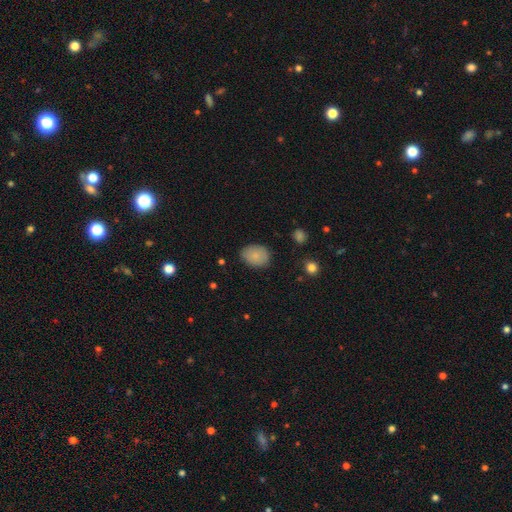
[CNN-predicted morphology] This is clearly a smooth galaxy (82%). How rounded: possibly in between (58%). Merging: likely none (79%).